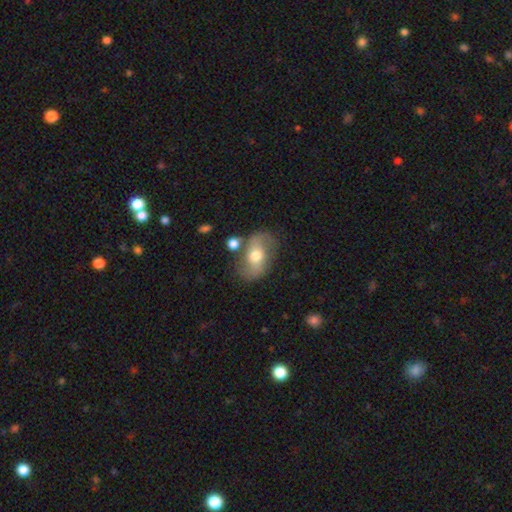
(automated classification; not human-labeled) This appears to be a featured or disk galaxy (59%) with no bar (45%), spiral arms (75%) and a moderate central bulge (73%). Merging: none (71%).